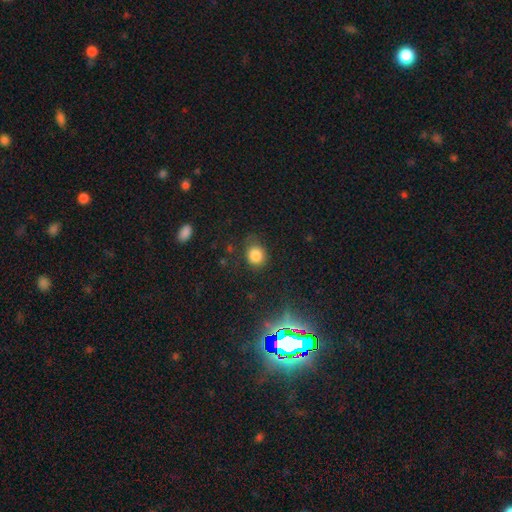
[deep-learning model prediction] Overall: smooth (81%). How rounded: round (73%). Merging: none (74%).